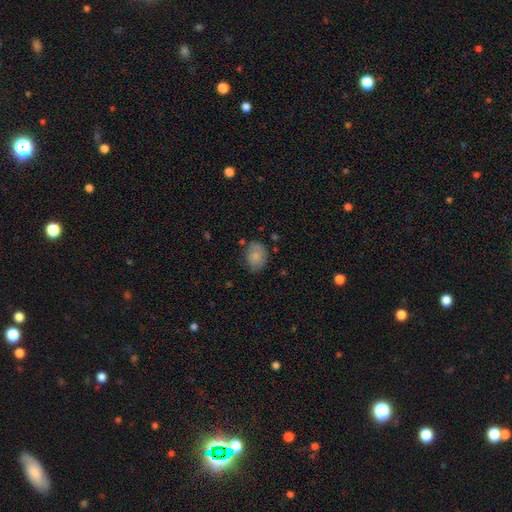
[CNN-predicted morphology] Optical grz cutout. It shows a smooth galaxy with no disk features (79%) that is in between round and cigar-shaped (58%). Merging: none (66%).